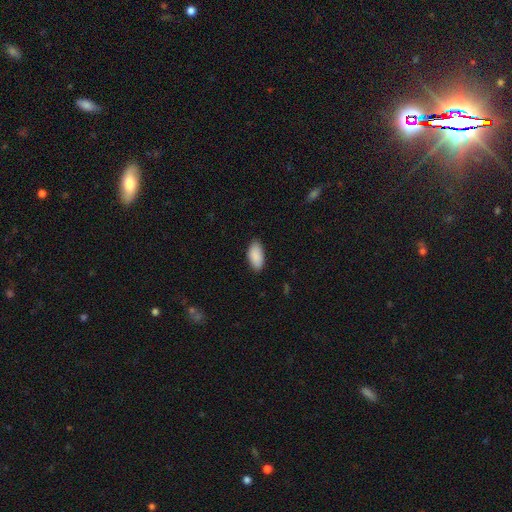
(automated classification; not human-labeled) A smooth galaxy with no disk features (90%) that is in between round and cigar-shaped (93%).

Vote fractions:
- Smooth or featured? smooth: 90% / star or artifact: 6% / featured or disk: 4%
- How rounded? in between: 93% / cigar-shaped: 5% / round: 2%
- Merging? none: 85% / minor disturbance: 12% / major disturbance: 2% / merger: 1%